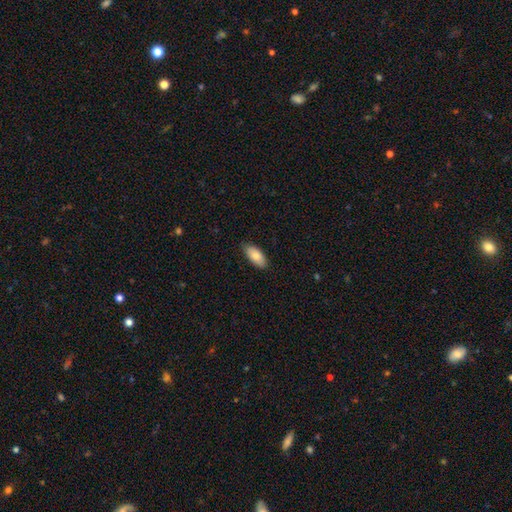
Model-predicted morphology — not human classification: Smooth or featured? smooth (84%)
How rounded? in between (90%)
Merging? none (86%)